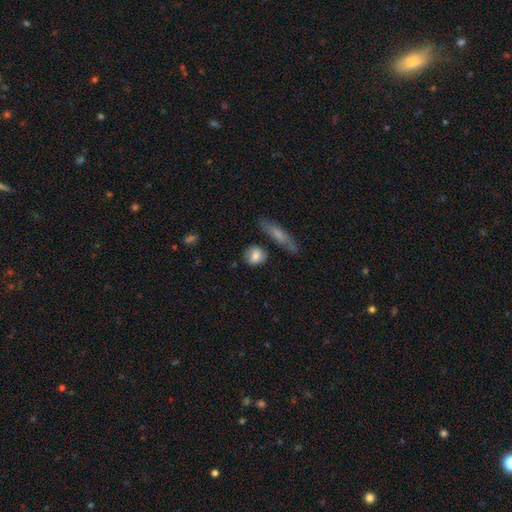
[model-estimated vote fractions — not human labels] Overall: smooth (79%). How rounded: round (66%; in between 28%). Merging: none (76%).